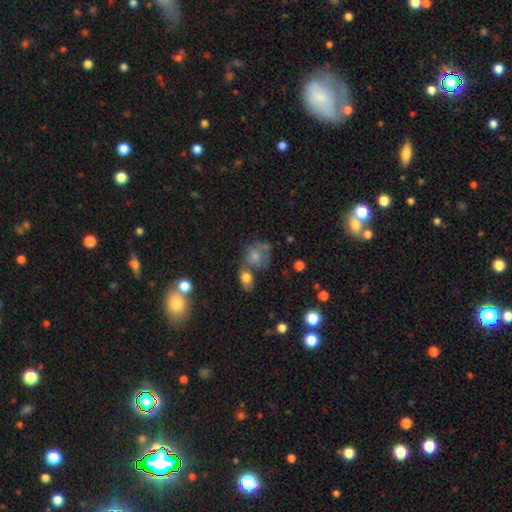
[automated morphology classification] type=smooth (61%); roundness=round (56%); merging=merger (33%).